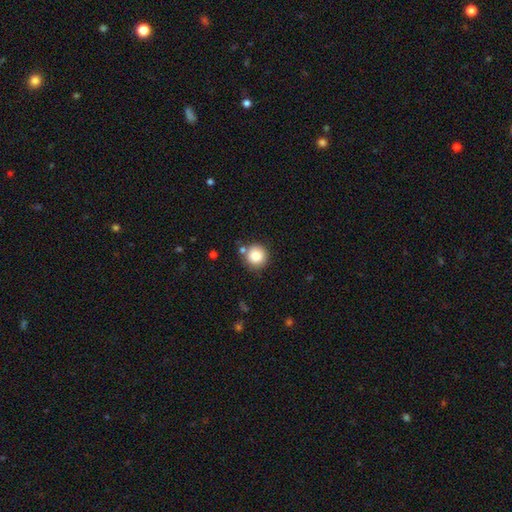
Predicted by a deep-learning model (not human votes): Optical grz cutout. It shows a smooth galaxy with no disk features (85%) that is round (94%). Merging: none (80%).